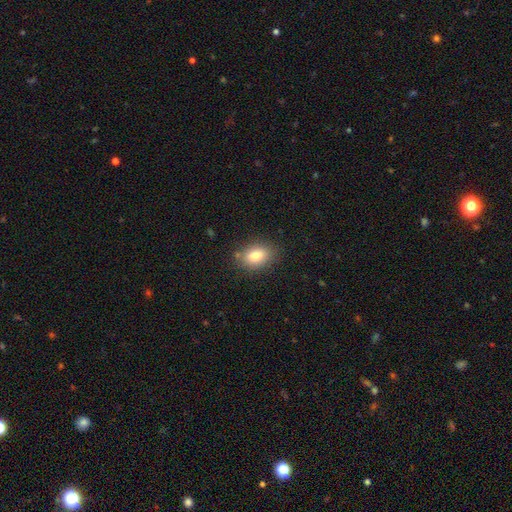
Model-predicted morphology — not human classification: Overall: smooth (80%). How rounded: in between (77%). Merging: none (81%).